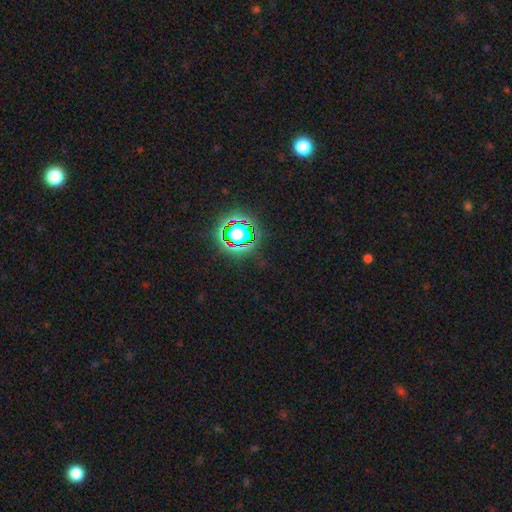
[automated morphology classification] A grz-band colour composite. It shows a star or artifact, not a galaxy (78%).